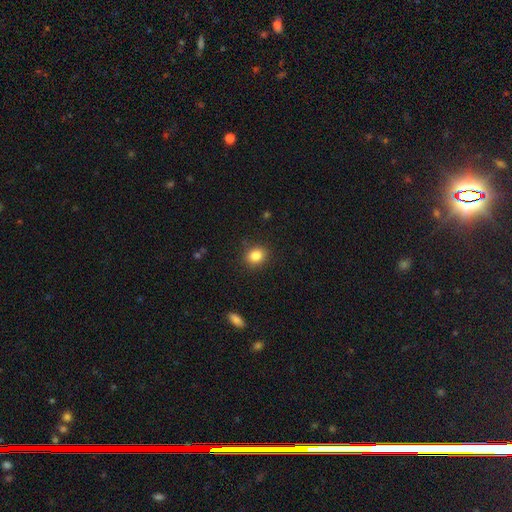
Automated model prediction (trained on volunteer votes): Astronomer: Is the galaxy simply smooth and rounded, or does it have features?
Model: smooth — 84%.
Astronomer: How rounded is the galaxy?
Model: round — 60% (runner-up: in between, 39%).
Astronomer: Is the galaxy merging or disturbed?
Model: none — 88%.